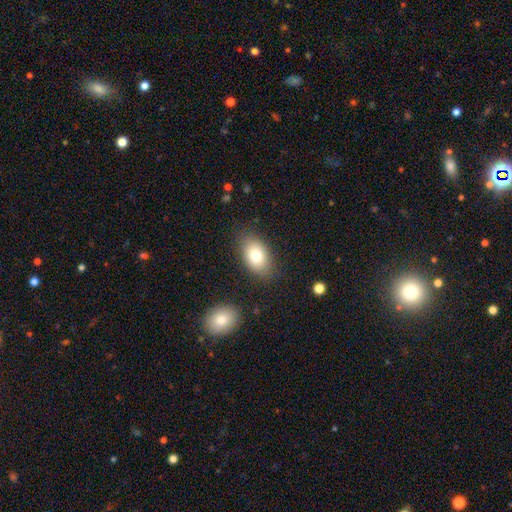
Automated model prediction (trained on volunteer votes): The model was most divided on "smooth or featured": smooth: 79%, featured or disk: 13%, star or artifact: 8%. More confident: how rounded — in between (88%); merging — none (82%).